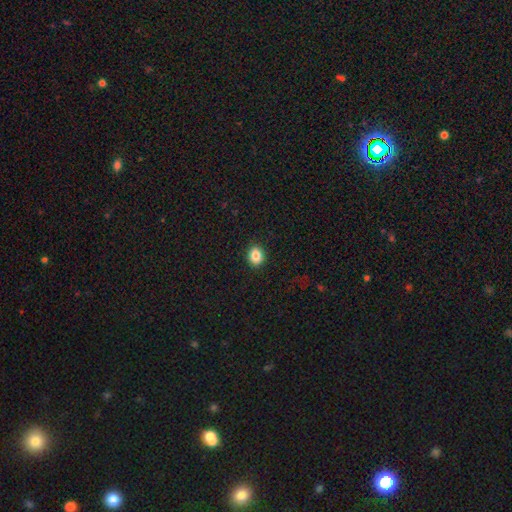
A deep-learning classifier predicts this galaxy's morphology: A smooth galaxy with no disk features (85%) that is round (59%). Merging: none (90%).